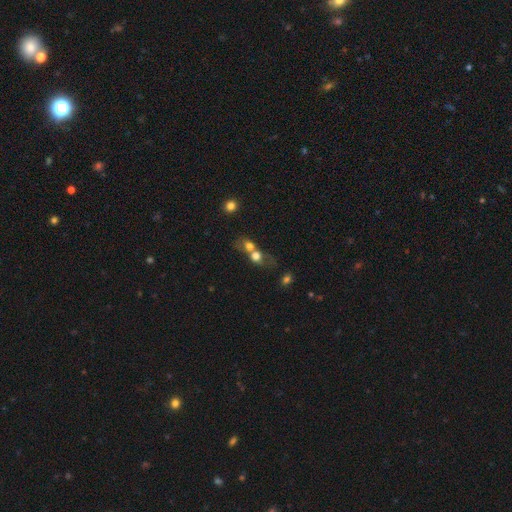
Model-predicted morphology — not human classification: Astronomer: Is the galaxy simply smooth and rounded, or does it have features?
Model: smooth — 67%.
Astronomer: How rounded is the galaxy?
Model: round — 62%.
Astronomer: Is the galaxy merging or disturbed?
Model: merger — 67%.